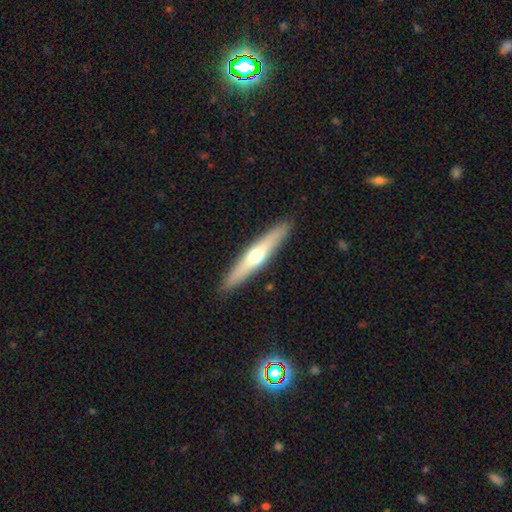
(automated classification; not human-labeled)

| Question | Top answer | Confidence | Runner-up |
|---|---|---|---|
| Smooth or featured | featured or disk | 55% | smooth (40%) |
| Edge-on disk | yes | 93% | no (7%) |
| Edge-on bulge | rounded | 88% | none (10%) |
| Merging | none | 91% | minor disturbance (6%) |